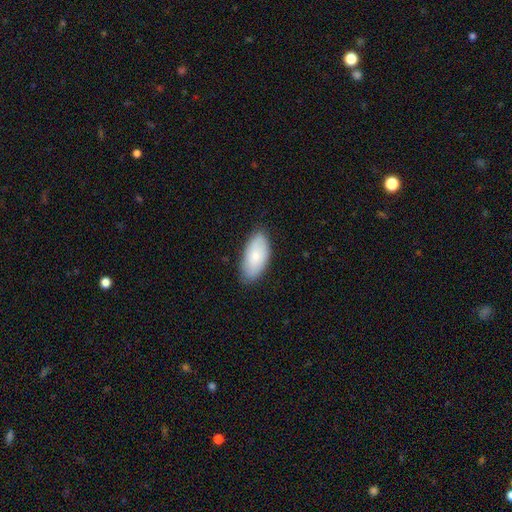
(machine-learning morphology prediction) A smooth galaxy with no disk features (74%) that is in between round and cigar-shaped (93%).

Vote fractions:
- Smooth or featured? smooth: 74% / featured or disk: 20% / star or artifact: 6%
- How rounded? in between: 93% / cigar-shaped: 5% / round: 2%
- Merging? none: 83% / minor disturbance: 14% / major disturbance: 2% / merger: 1%